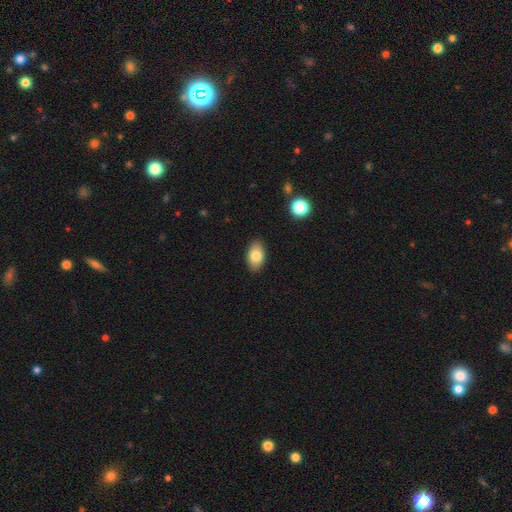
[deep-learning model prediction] Smooth or featured? Predicted: smooth (p=0.82). How rounded? Predicted: in between (p=0.91). Merging? Predicted: none (p=0.88).